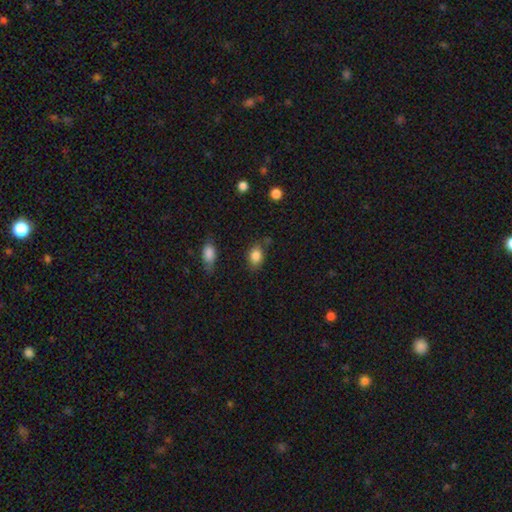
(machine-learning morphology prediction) This appears to be a smooth galaxy with no disk features (85%) that is in between round and cigar-shaped (71%). Merging: none (70%).